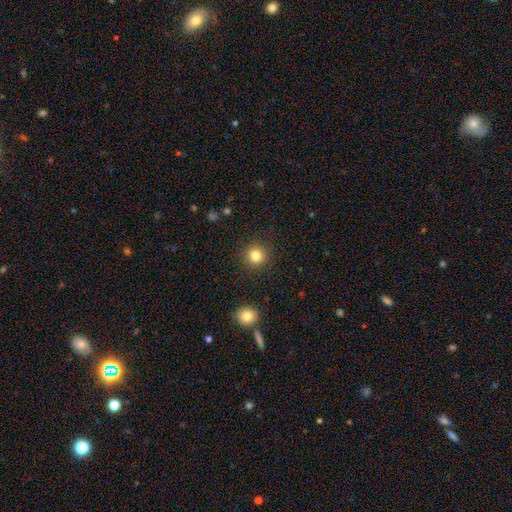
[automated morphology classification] type=smooth (82%); roundness=round (94%); merging=none (91%).